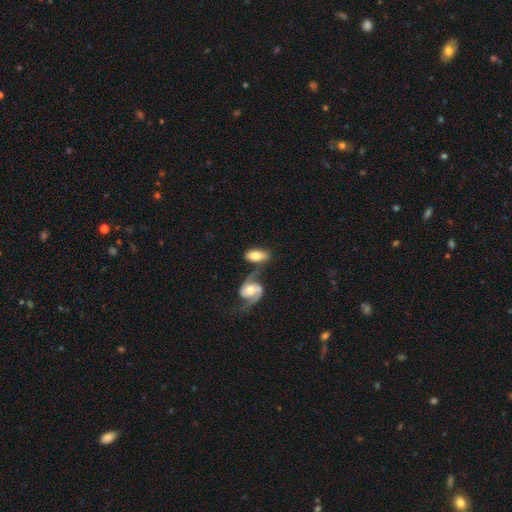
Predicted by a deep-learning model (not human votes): The model was most divided on "merging": none: 40%, merger: 37%, minor disturbance: 15%, major disturbance: 8%. More confident: how rounded — in between (88%); smooth or featured — smooth (60%).